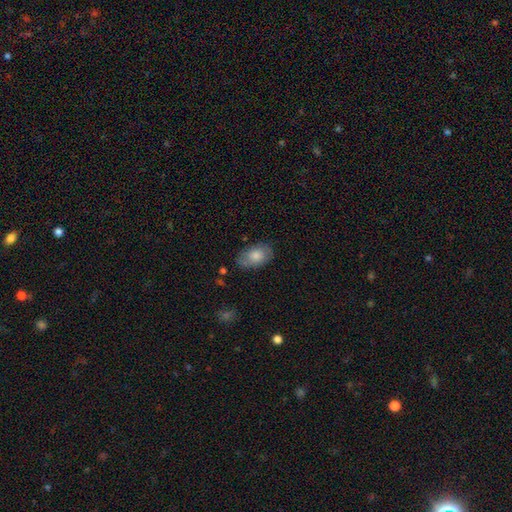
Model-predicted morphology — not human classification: Smooth or featured?
  - smooth: 77% *
  - featured or disk: 16%
  - star or artifact: 7%
How rounded?
  - in between: 90% *
  - round: 9%
  - cigar-shaped: 1%
Merging?
  - none: 73% *
  - minor disturbance: 21%
  - major disturbance: 5%
  - merger: 2%